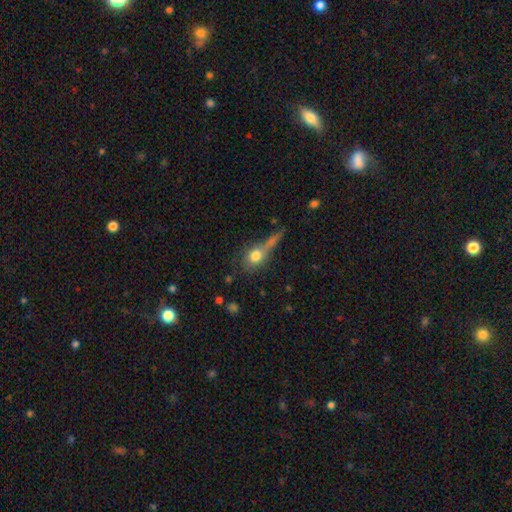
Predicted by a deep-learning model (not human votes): Morphology: type=smooth (74%); roundness=round (53%); merging=none (39%).